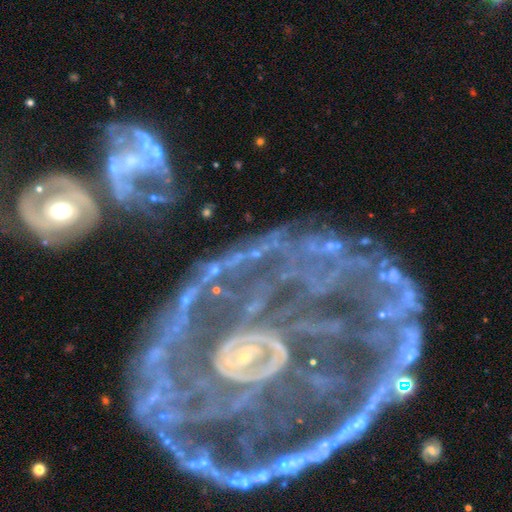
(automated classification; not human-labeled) featured or disk 75%, star or artifact 16%, smooth 9%. Down the decision tree: edge-on disk — no (94%); bar — no (46%); spiral arms — yes (89%); spiral arm count — can't tell (28%); spiral winding — tight (64%); bulge size — small (59%); merging — none (49%).